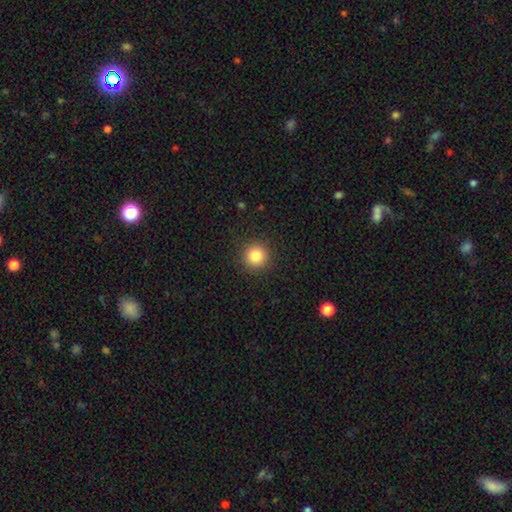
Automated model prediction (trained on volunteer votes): Morphology: type=smooth (83%); roundness=round (95%); merging=none (91%).